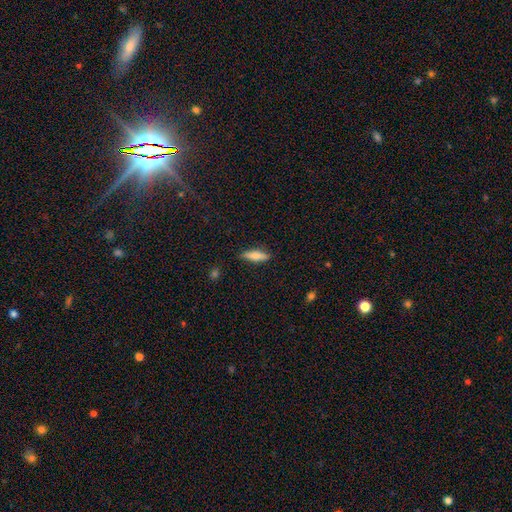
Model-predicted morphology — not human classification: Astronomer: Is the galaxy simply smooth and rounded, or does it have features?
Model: smooth — 68%.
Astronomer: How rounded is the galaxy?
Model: cigar-shaped — 63%.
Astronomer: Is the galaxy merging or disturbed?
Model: none — 84%.